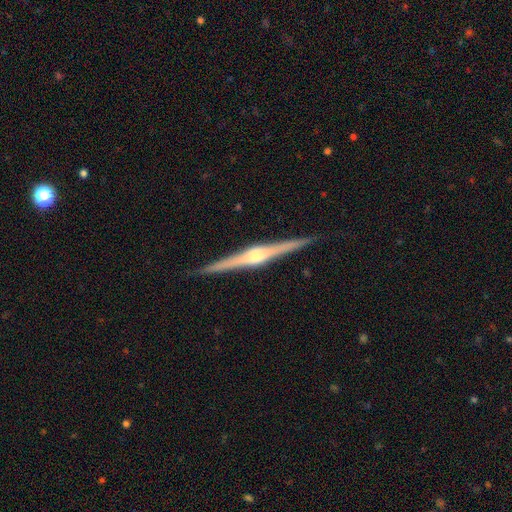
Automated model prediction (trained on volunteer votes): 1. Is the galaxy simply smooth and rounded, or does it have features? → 88% featured or disk, 7% smooth, 5% star or artifact.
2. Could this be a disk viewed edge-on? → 99% yes, 1% no.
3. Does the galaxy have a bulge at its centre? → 82% rounded, 12% boxy, 5% none.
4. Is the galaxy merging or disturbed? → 92% none, 5% minor disturbance, 1% major disturbance, 1% merger.